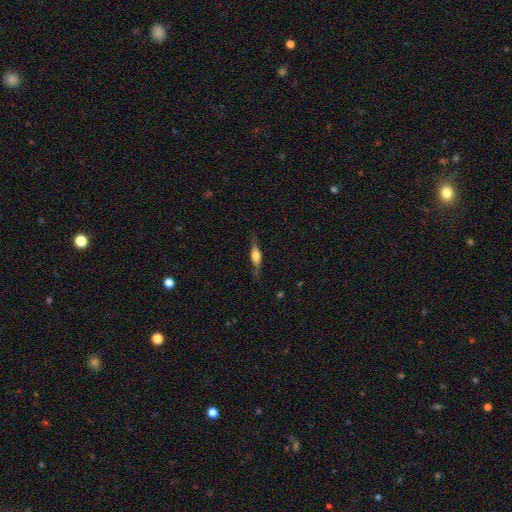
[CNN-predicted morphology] Smooth or featured: featured or disk — 59% (smooth — 34%)
Edge-on disk: yes — 94% (no — 6%)
Edge-on bulge: rounded — 82% (boxy — 15%)
Merging: none — 76% (minor disturbance — 17%)